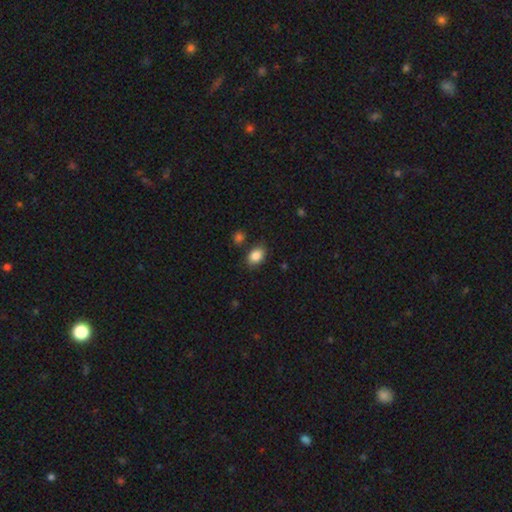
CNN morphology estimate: This is clearly a smooth galaxy (86%). How rounded: likely in between (79%). Merging: clearly none (80%).